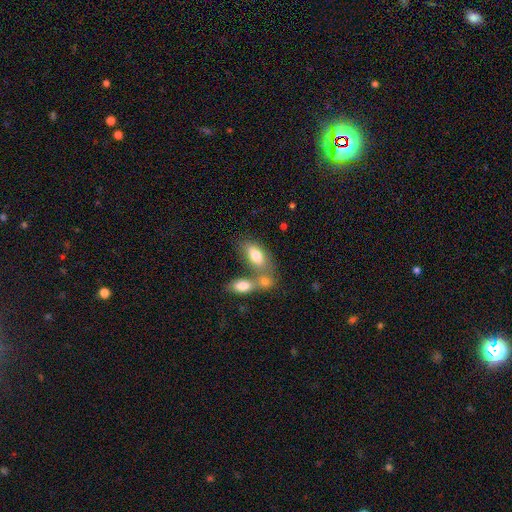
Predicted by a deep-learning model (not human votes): smooth_or_featured: smooth (p=0.77) [alt: featured or disk p=0.16]
how_rounded: in between (p=0.89) [alt: round p=0.05]
merging: merger (p=0.52) [alt: none p=0.33]